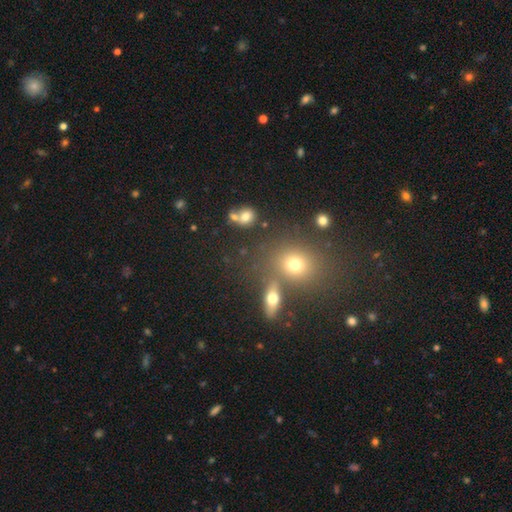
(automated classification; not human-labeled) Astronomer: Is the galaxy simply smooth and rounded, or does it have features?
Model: smooth — 53% (runner-up: star or artifact, 35%).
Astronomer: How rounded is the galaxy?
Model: round — 63%.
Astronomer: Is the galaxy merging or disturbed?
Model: none — 65%.